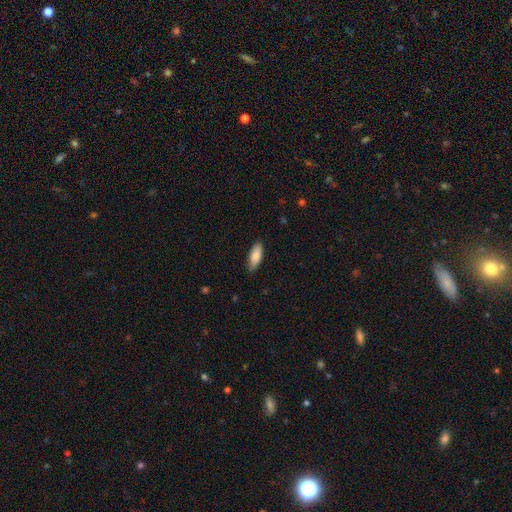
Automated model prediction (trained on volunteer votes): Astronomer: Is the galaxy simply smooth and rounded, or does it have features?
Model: smooth — 86%.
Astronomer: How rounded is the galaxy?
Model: in between — 71%.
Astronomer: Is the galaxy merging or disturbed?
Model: none — 87%.